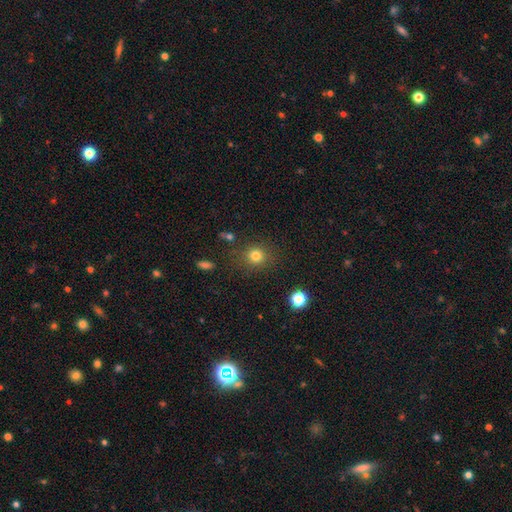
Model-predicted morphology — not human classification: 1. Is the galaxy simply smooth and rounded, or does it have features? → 80% smooth, 14% star or artifact, 6% featured or disk.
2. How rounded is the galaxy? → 85% round, 14% in between, 1% cigar-shaped.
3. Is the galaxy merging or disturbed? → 83% none, 10% minor disturbance, 4% major disturbance, 3% merger.